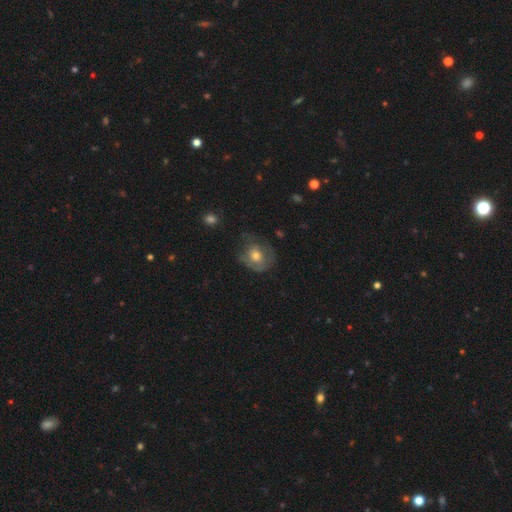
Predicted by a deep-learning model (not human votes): smooth-or-featured: smooth: 56% | featured or disk: 36% | star or artifact: 8%
  how-rounded: round: 67% | in between: 32% | cigar-shaped: 1%
  merging: none: 47% | minor disturbance: 31% | major disturbance: 20% | merger: 2%